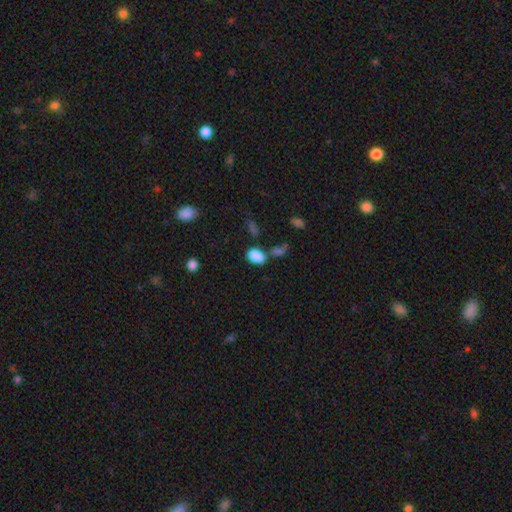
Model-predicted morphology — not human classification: Smooth or featured: smooth — 86% (star or artifact — 10%)
How rounded: in between — 84% (round — 14%)
Merging: none — 59% (minor disturbance — 18%)